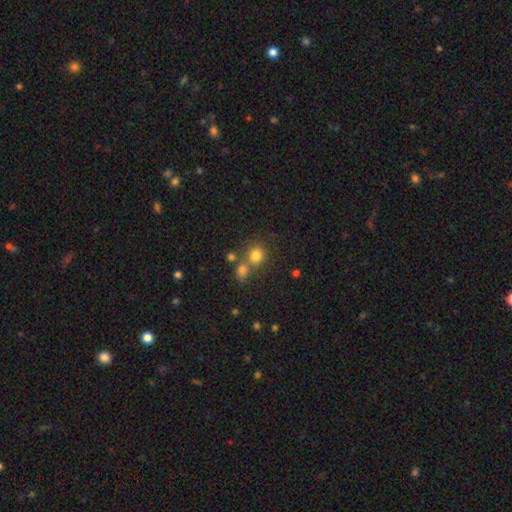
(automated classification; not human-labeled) smooth-or-featured: smooth: 79% | star or artifact: 14% | featured or disk: 8%
  how-rounded: round: 81% | in between: 18% | cigar-shaped: 1%
  merging: none: 57% | merger: 29% | minor disturbance: 9% | major disturbance: 4%